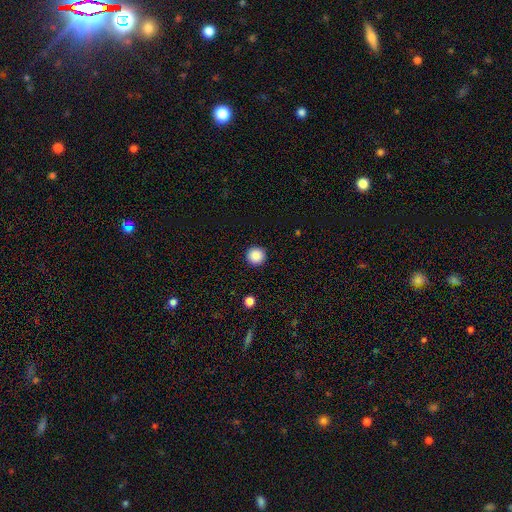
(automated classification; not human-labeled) Morphology: type=smooth (88%); roundness=round (96%); merging=none (93%).